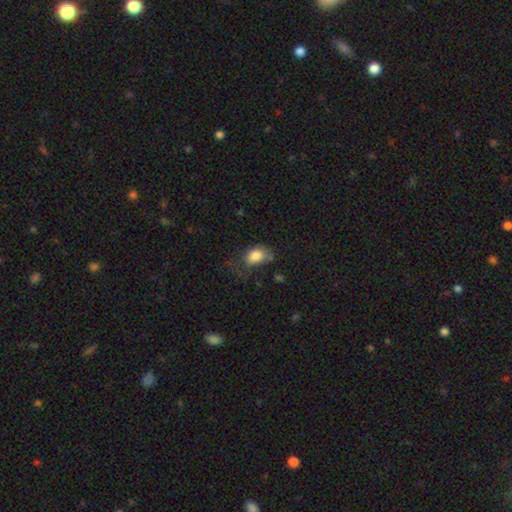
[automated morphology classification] This is clearly a smooth galaxy (81%). How rounded: likely in between (77%). Merging: marginally none (38%).